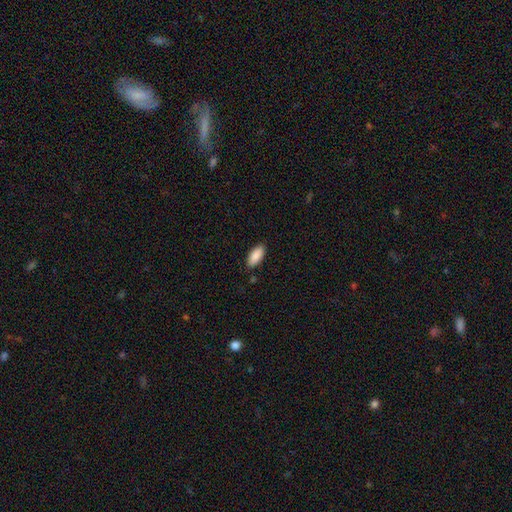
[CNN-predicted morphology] smooth 89%, star or artifact 6%, featured or disk 5%. Down the decision tree: how rounded — in between (87%); merging — none (86%).